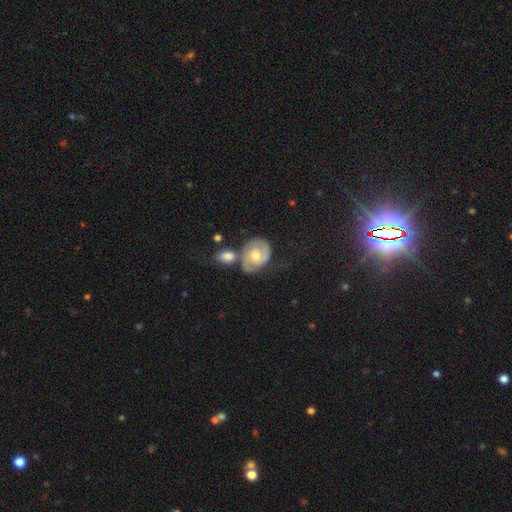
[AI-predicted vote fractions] Overall: featured or disk (80%). Edge-on disk: no (98%). Bar: no (58%; weak 36%). Spiral arms: yes (95%). Spiral arm count: 2 (85%). Spiral winding: tight (47%; medium 43%). Bulge size: moderate (60%; small 33%). Merging: none (48%; merger 27%).